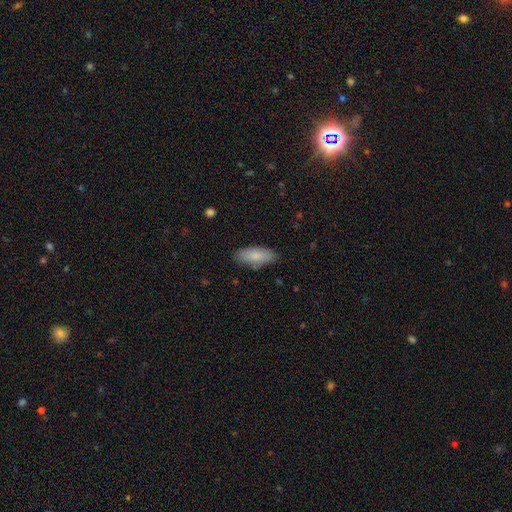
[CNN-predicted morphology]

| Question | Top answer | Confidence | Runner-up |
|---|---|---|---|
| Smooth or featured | smooth | 84% | featured or disk (10%) |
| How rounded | in between | 79% | cigar-shaped (19%) |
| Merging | none | 85% | minor disturbance (12%) |